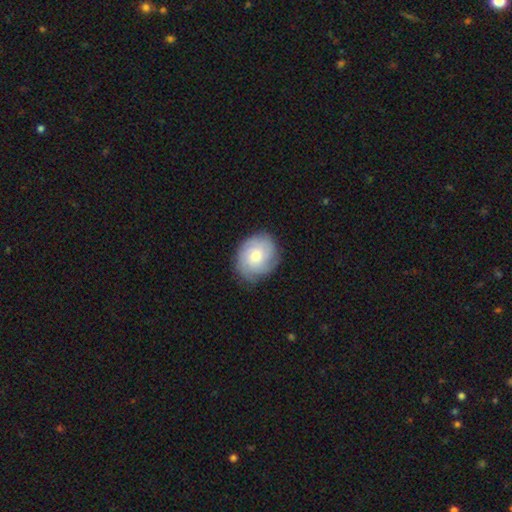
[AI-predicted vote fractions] Smooth or featured: featured or disk — 47% (smooth — 46%)
Merging: none — 79% (minor disturbance — 16%)